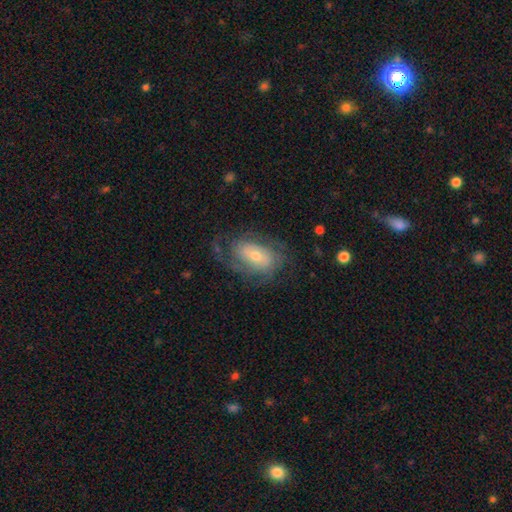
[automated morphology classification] smooth_or_featured: featured or disk (p=0.73) [alt: smooth p=0.21]
disk_edge_on: no (p=0.95) [alt: yes p=0.05]
bar: no (p=0.57) [alt: weak p=0.32]
has_spiral_arms: yes (p=0.88) [alt: no p=0.12]
spiral_winding: tight (p=0.47) [alt: medium p=0.36]
spiral_arm_count: 2 (p=0.36) [tied with: can't tell p=0.36]
bulge_size: small (p=0.48) [alt: moderate p=0.43]
merging: none (p=0.63) [alt: minor disturbance p=0.19]